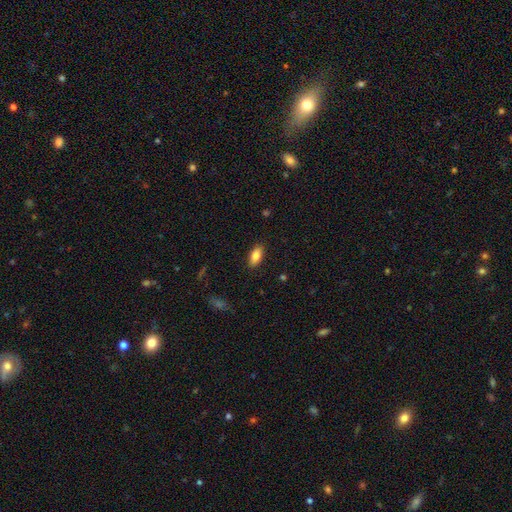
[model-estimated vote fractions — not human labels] Overall: smooth (84%). How rounded: in between (88%). Merging: none (88%).